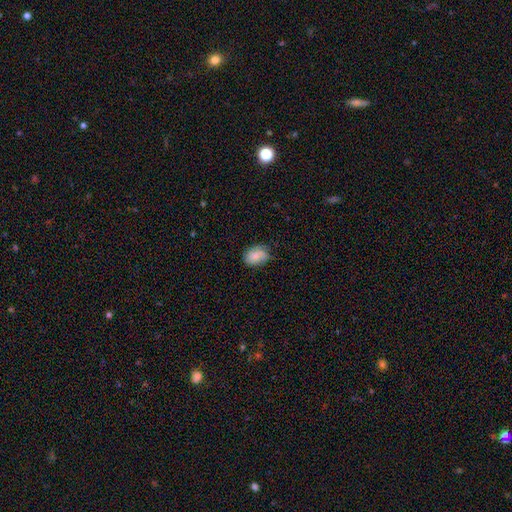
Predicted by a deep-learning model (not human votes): A smooth galaxy with no disk features (70%) that is in between round and cigar-shaped (73%).

Vote fractions:
- Smooth or featured? smooth: 70% / featured or disk: 22% / star or artifact: 8%
- How rounded? in between: 73% / round: 26% / cigar-shaped: 1%
- Merging? none: 65% / minor disturbance: 27% / major disturbance: 7% / merger: 1%